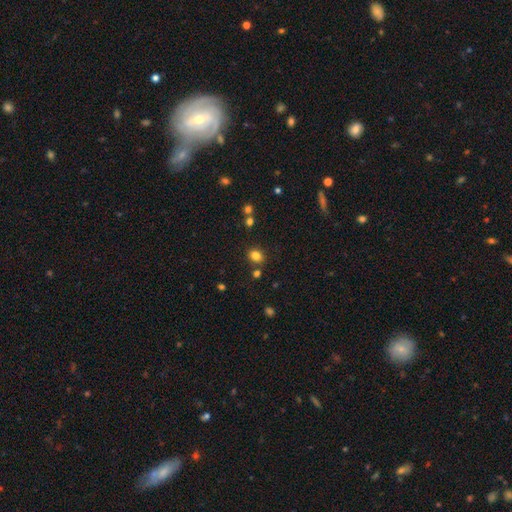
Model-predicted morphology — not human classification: A smooth galaxy with no disk features (81%) that is in between round and cigar-shaped (52%).

Vote fractions:
- Smooth or featured? smooth: 81% / star or artifact: 13% / featured or disk: 6%
- How rounded? in between: 52% / round: 47% / cigar-shaped: 1%
- Merging? none: 79% / minor disturbance: 10% / merger: 7% / major disturbance: 3%